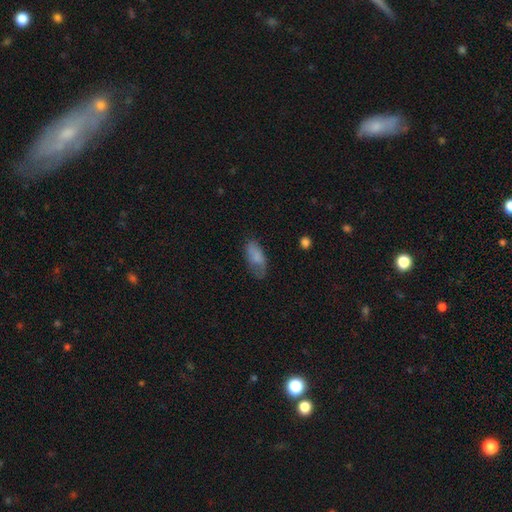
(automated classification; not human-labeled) smooth_or_featured: smooth (p=0.74) [alt: featured or disk p=0.19]
how_rounded: in between (p=0.87) [alt: cigar-shaped p=0.11]
merging: none (p=0.59) [alt: minor disturbance p=0.27]